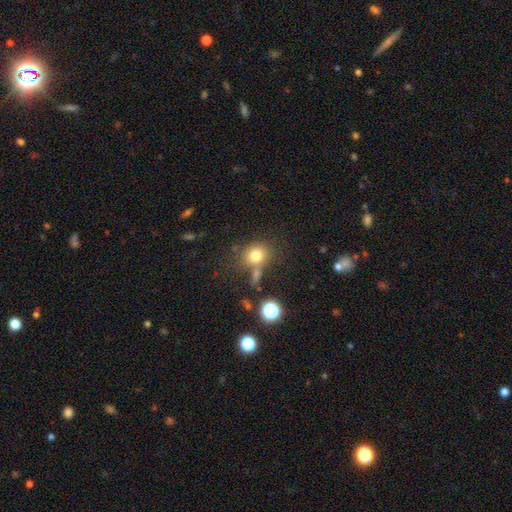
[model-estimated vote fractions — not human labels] A smooth galaxy with no disk features (76%) that is round (71%). Merging: none (60%).